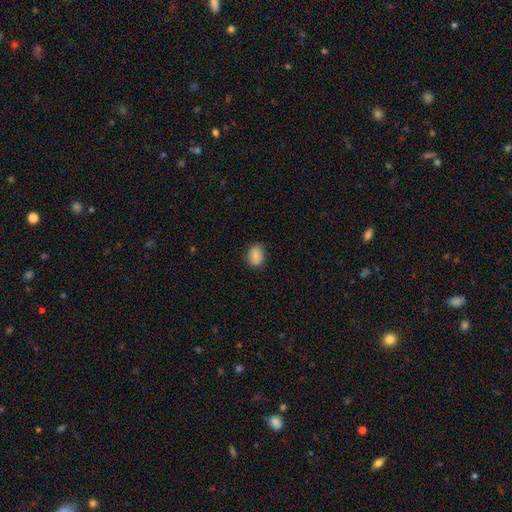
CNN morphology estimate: Smooth or featured?
  - smooth: 81% *
  - featured or disk: 11%
  - star or artifact: 8%
How rounded?
  - in between: 65% *
  - round: 33%
  - cigar-shaped: 1%
Merging?
  - none: 81% *
  - minor disturbance: 15%
  - major disturbance: 3%
  - merger: 1%